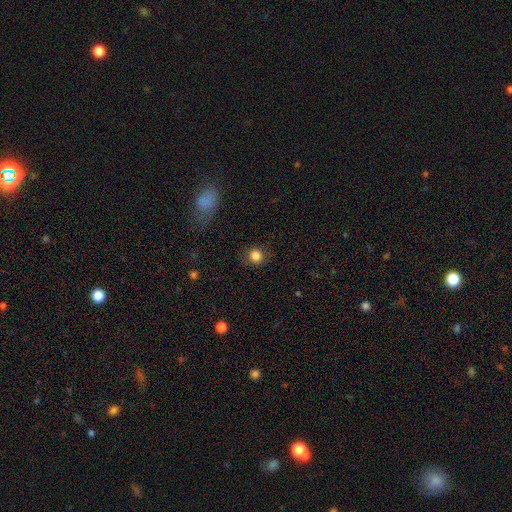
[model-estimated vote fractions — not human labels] A smooth galaxy with no disk features (84%) that is round (83%).

Vote fractions:
- Smooth or featured? smooth: 84% / star or artifact: 11% / featured or disk: 5%
- How rounded? round: 83% / in between: 16% / cigar-shaped: 1%
- Merging? none: 83% / minor disturbance: 12% / major disturbance: 4% / merger: 1%